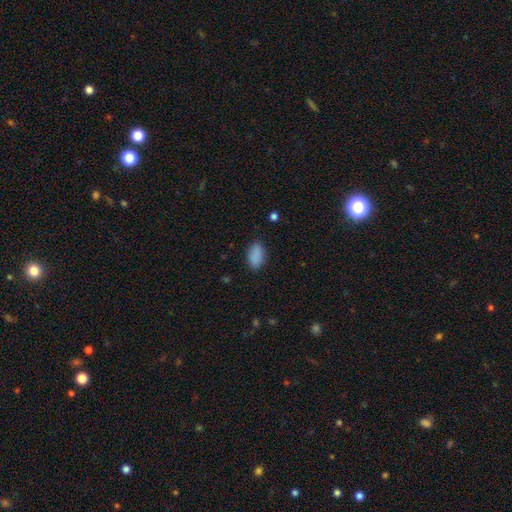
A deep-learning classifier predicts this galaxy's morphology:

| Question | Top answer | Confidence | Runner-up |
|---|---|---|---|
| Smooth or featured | smooth | 88% | star or artifact (8%) |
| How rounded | in between | 92% | round (5%) |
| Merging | none | 83% | minor disturbance (13%) |